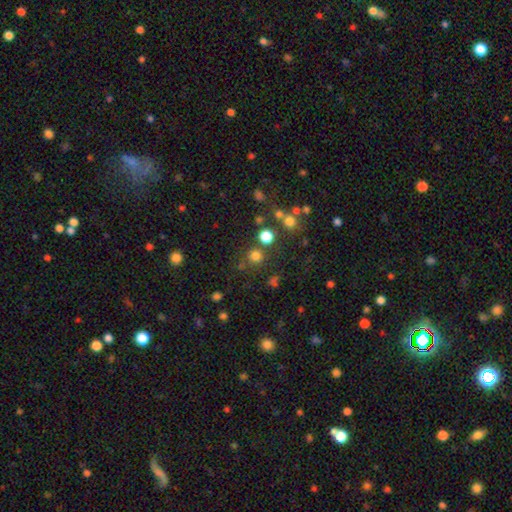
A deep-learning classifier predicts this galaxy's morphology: smooth 74%, star or artifact 20%, featured or disk 6%. Down the decision tree: how rounded — round (92%); merging — none (78%).